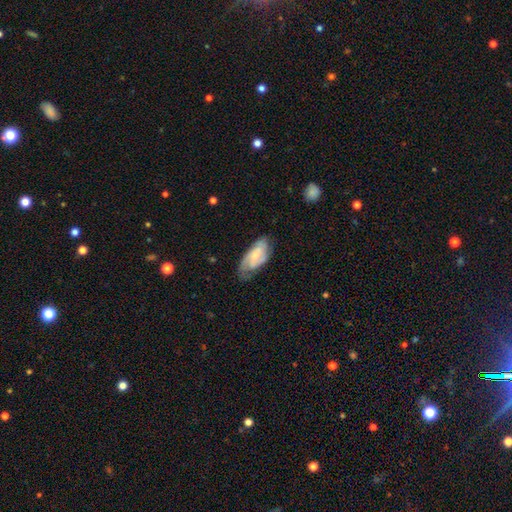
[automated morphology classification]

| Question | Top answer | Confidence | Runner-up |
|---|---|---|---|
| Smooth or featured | featured or disk | 61% | smooth (33%) |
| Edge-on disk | no | 93% | yes (7%) |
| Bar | no | 65% | weak (29%) |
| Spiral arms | yes | 87% | no (13%) |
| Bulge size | small | 58% | moderate (30%) |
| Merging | none | 56% | minor disturbance (30%) |